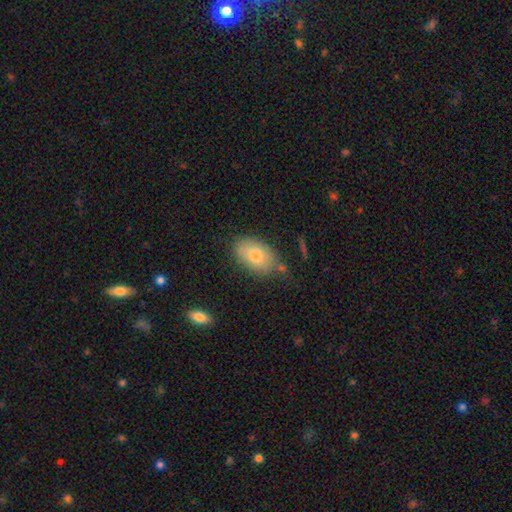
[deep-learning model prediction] Smooth or featured? Predicted: smooth (p=0.78). How rounded? Predicted: in between (p=0.91). Merging? Predicted: none (p=0.73).